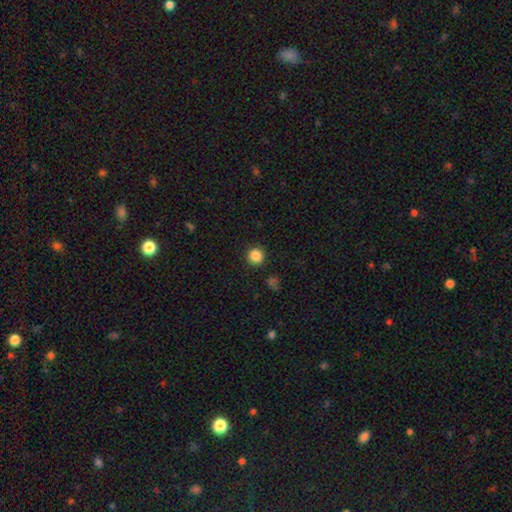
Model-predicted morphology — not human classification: Smooth or featured? smooth (86%)
How rounded? round (95%)
Merging? none (92%)